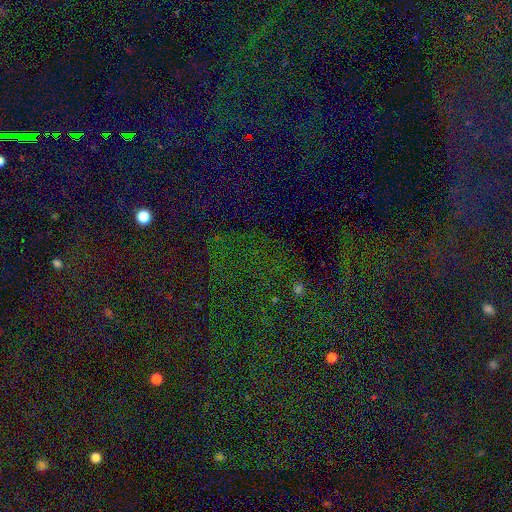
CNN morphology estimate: A star or artifact, not a galaxy (80%).